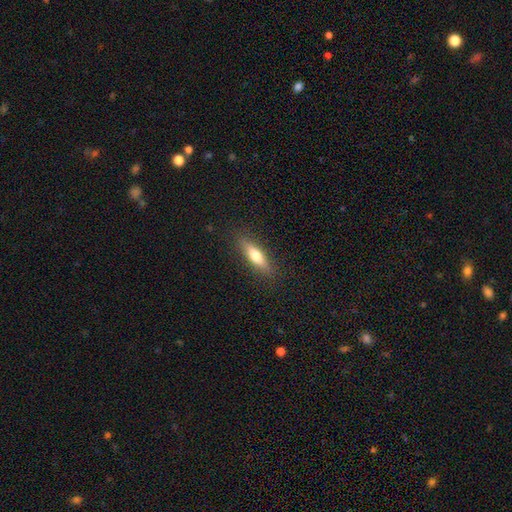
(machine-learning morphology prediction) smooth-or-featured: smooth: 64% | featured or disk: 30% | star or artifact: 6%
  how-rounded: cigar-shaped: 65% | in between: 33% | round: 2%
  merging: none: 87% | minor disturbance: 10% | major disturbance: 2% | merger: 1%